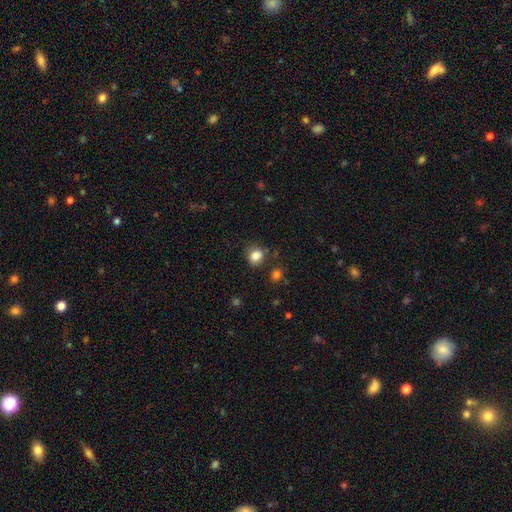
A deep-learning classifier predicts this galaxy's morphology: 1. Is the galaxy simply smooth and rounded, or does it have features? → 84% smooth, 11% star or artifact, 5% featured or disk.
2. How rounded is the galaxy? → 66% round, 34% in between, 1% cigar-shaped.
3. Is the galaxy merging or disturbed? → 77% none, 14% minor disturbance, 5% merger, 4% major disturbance.